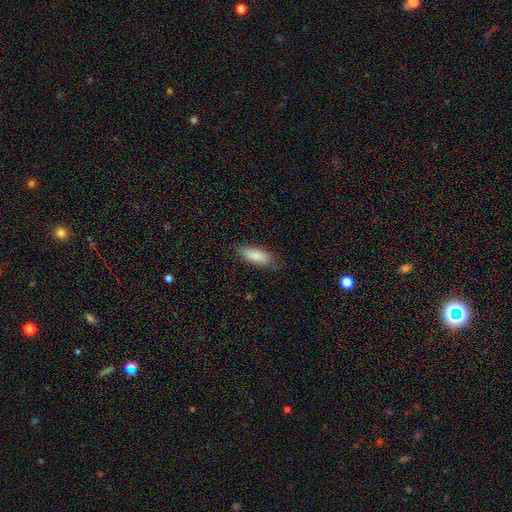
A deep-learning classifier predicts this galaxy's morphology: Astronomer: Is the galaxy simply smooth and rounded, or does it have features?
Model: smooth — 86%.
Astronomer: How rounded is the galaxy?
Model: in between — 76%.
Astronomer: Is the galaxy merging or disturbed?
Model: none — 78%.